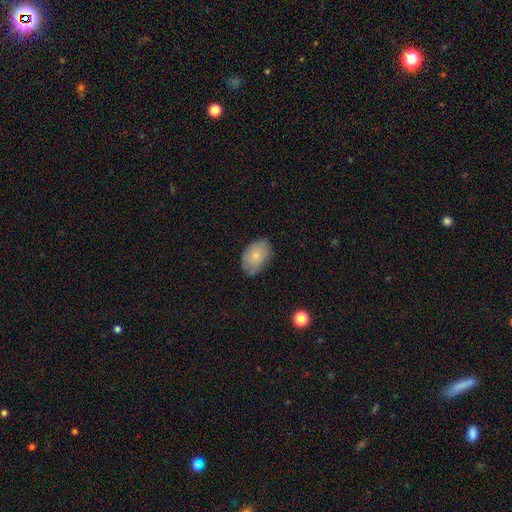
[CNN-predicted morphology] smooth_or_featured: smooth (p=0.77) [alt: featured or disk p=0.16]
how_rounded: in between (p=0.84) [alt: round p=0.15]
merging: none (p=0.74) [alt: minor disturbance p=0.21]